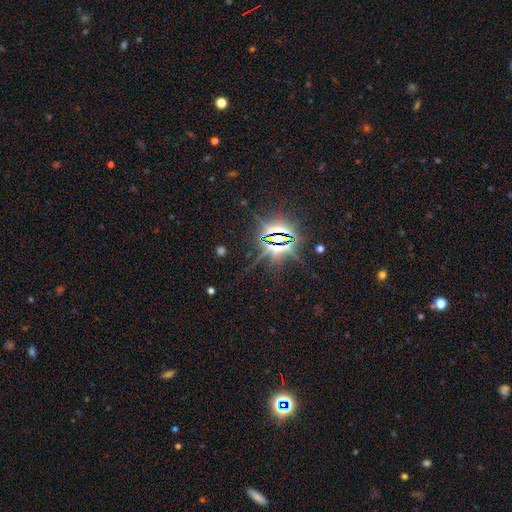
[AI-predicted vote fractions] The model was most divided on "smooth or featured": star or artifact: 85%, smooth: 8%, featured or disk: 7%.